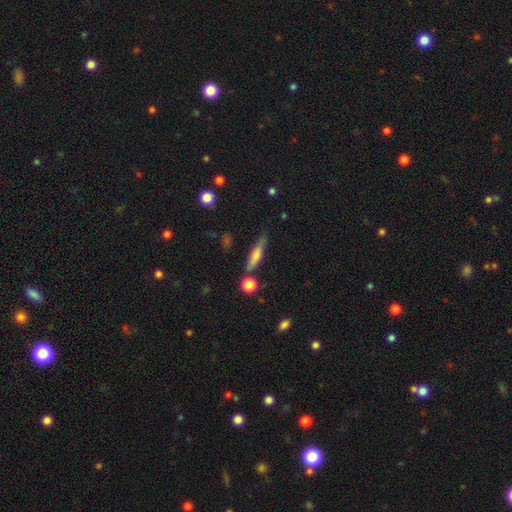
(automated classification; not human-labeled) Smooth or featured?
  - smooth: 62% *
  - featured or disk: 31%
  - star or artifact: 8%
How rounded?
  - cigar-shaped: 78% *
  - in between: 18%
  - round: 3%
Merging?
  - none: 69% *
  - minor disturbance: 19%
  - merger: 7%
  - major disturbance: 5%